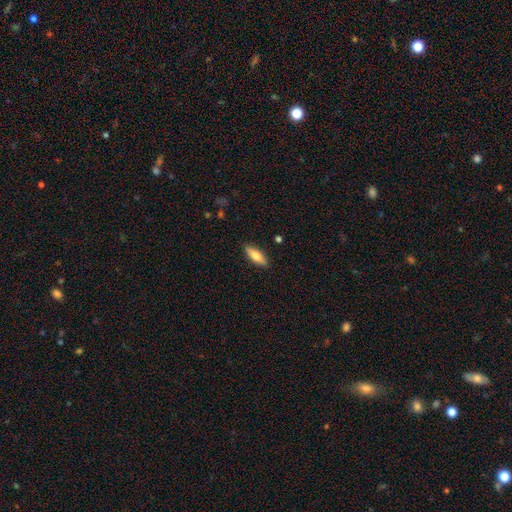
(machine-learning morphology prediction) Smooth or featured? smooth (71%)
How rounded? in between (51%)
Merging? none (88%)